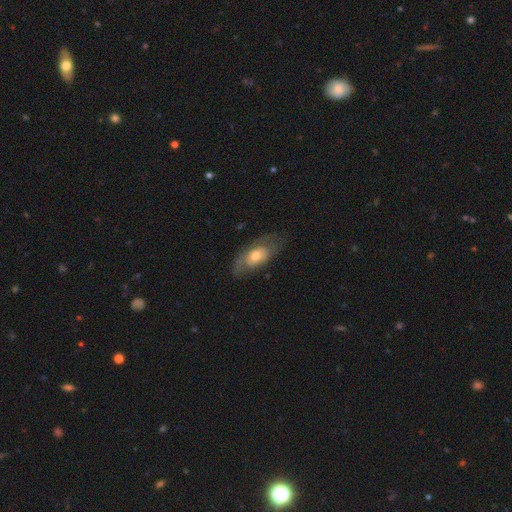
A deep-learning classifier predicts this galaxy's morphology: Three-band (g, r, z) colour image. It shows a featured or disk galaxy (50%). Merging: none (62%).